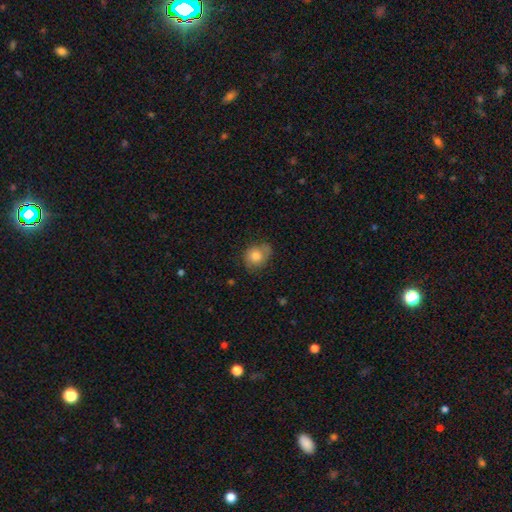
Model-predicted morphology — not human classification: smooth 74%, featured or disk 18%, star or artifact 9%. Down the decision tree: how rounded — round (65%); merging — none (59%).